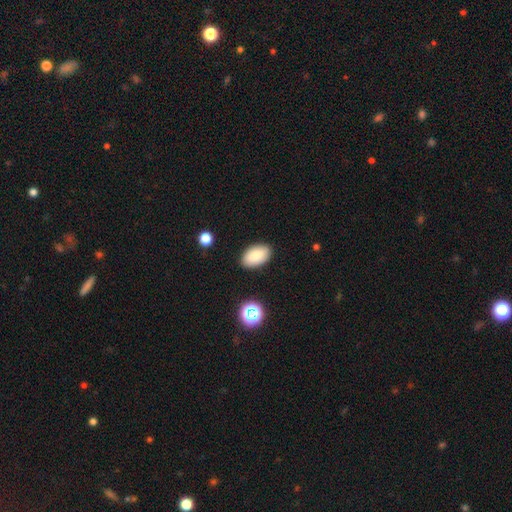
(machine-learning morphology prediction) smooth 86%, star or artifact 8%, featured or disk 6%. Down the decision tree: how rounded — in between (94%); merging — none (88%).